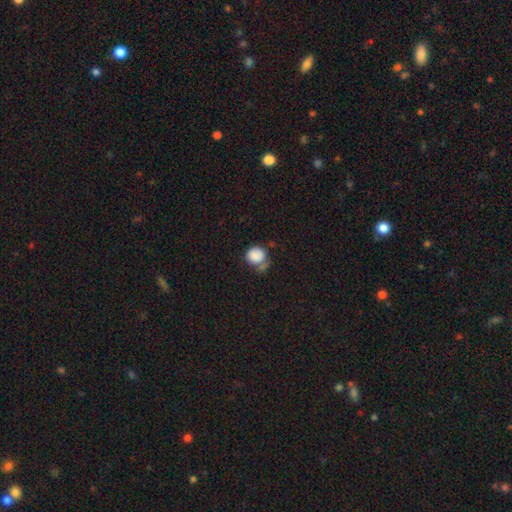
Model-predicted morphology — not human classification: Smooth or featured?
  - smooth: 85% *
  - star or artifact: 9%
  - featured or disk: 6%
How rounded?
  - round: 82% *
  - in between: 17%
  - cigar-shaped: 1%
Merging?
  - none: 48% *
  - minor disturbance: 26%
  - merger: 14%
  - major disturbance: 13%